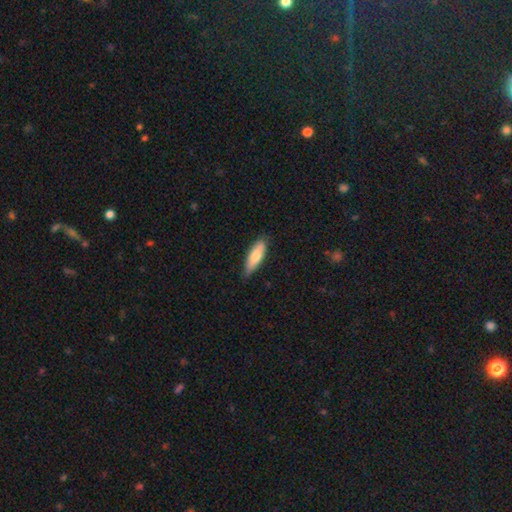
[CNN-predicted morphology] Smooth or featured: smooth — 73% (featured or disk — 22%)
How rounded: in between — 51% (cigar-shaped — 47%)
Merging: none — 77% (minor disturbance — 19%)